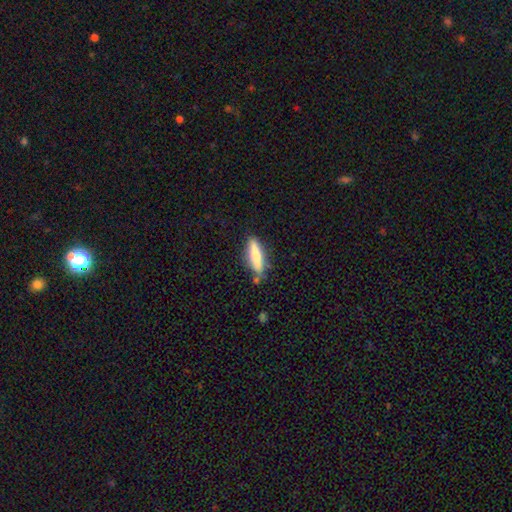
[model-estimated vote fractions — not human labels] The model was most divided on "smooth or featured": smooth: 70%, featured or disk: 24%, star or artifact: 6%. More confident: merging — none (77%); how rounded — cigar-shaped (76%).